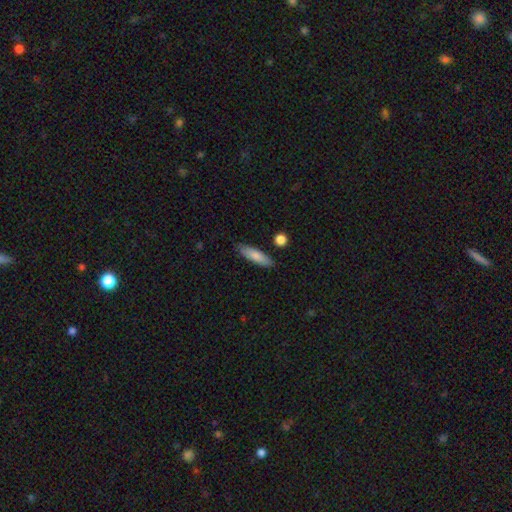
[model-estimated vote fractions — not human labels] Smooth or featured? Predicted: smooth (p=0.80). How rounded? Predicted: cigar-shaped (p=0.64). Merging? Predicted: none (p=0.84).